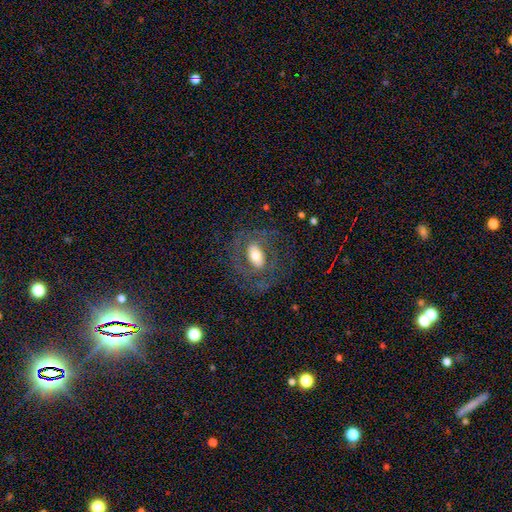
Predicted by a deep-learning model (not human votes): Smooth or featured: featured or disk — 52% (smooth — 40%)
Edge-on disk: no — 91% (yes — 9%)
Merging: none — 68% (minor disturbance — 15%)